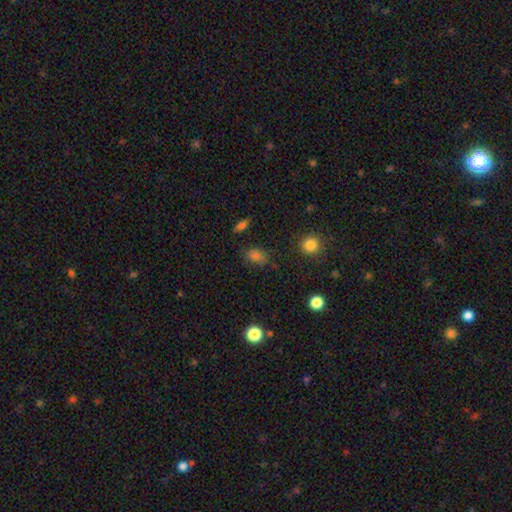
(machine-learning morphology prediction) This is likely a smooth galaxy (78%). How rounded: likely in between (75%). Merging: likely none (77%).